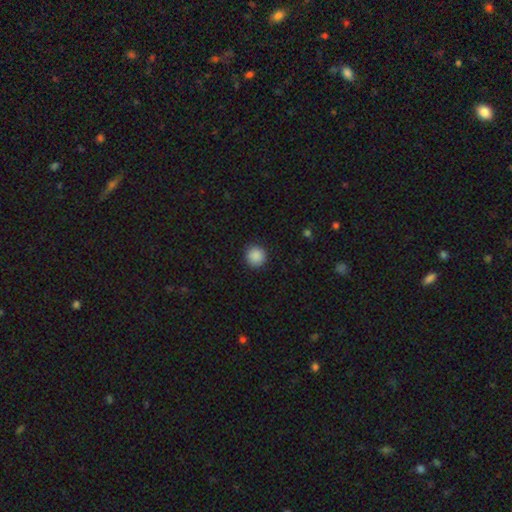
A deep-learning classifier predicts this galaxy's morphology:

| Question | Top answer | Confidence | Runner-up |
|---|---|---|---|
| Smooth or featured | smooth | 89% | star or artifact (9%) |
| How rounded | round | 95% | in between (4%) |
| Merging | none | 92% | minor disturbance (5%) |